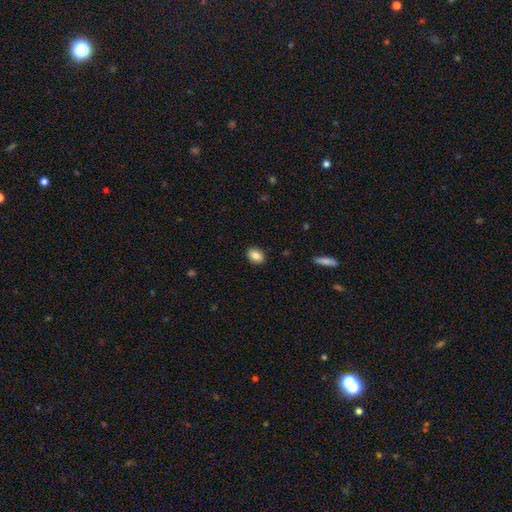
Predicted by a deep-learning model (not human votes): Overall: smooth (86%). How rounded: in between (71%). Merging: none (90%).